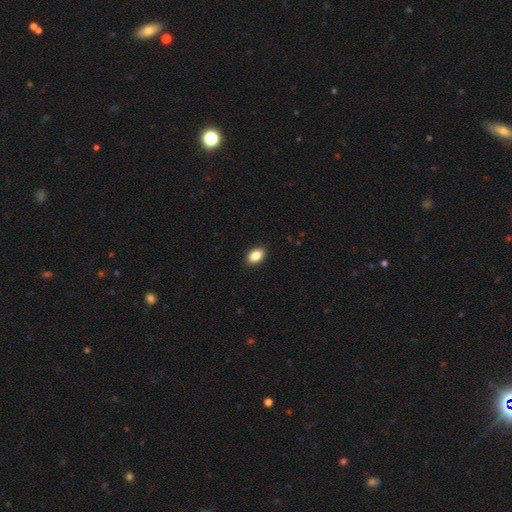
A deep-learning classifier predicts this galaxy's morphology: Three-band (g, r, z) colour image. It shows a smooth galaxy with no disk features (87%) that is in between round and cigar-shaped (90%). Merging: none (89%).